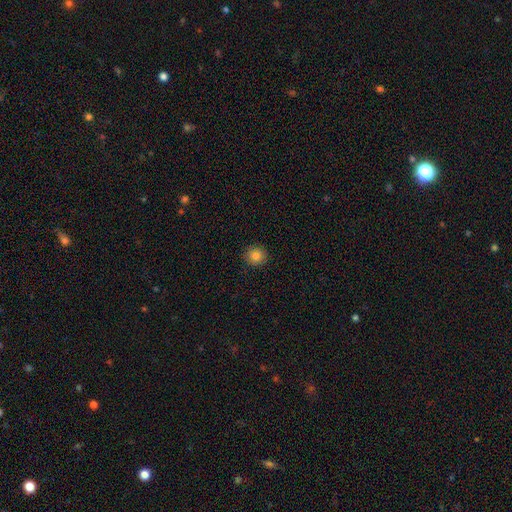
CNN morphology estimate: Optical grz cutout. It shows a smooth galaxy with no disk features (83%) that is round (92%). Merging: none (92%).